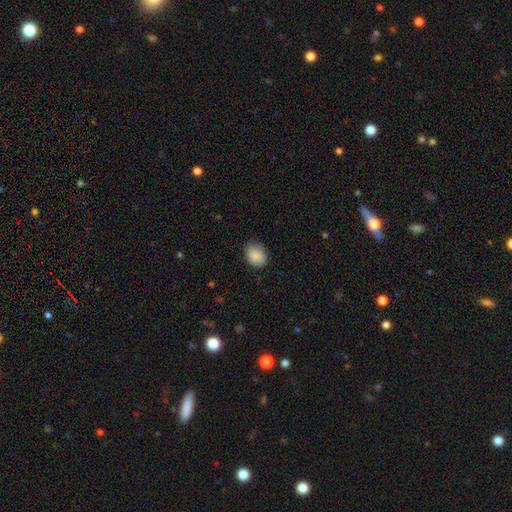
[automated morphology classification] Smooth or featured: smooth — 88% (star or artifact — 8%)
How rounded: round — 54% (in between — 45%)
Merging: none — 78% (minor disturbance — 17%)